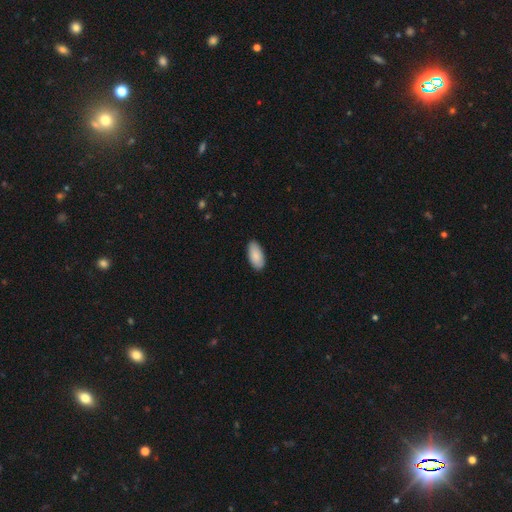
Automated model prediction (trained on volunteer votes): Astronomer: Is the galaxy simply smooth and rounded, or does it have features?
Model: smooth — 88%.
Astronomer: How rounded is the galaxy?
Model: in between — 94%.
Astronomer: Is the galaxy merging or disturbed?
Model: none — 88%.